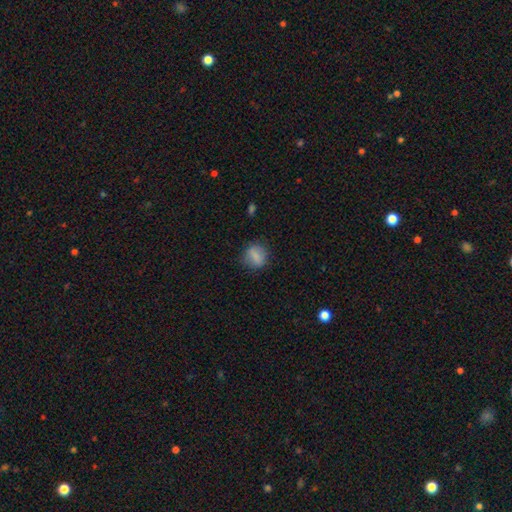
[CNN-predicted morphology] smooth_or_featured: smooth (p=0.78) [alt: featured or disk p=0.13]
how_rounded: round (p=0.63) [alt: in between p=0.35]
merging: none (p=0.77) [alt: minor disturbance p=0.16]